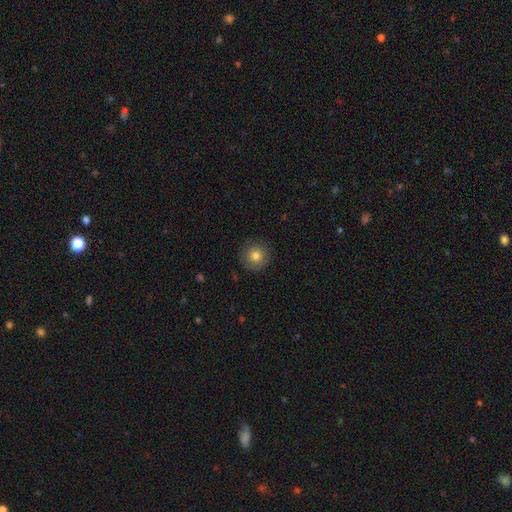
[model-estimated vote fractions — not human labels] This is likely a smooth galaxy (80%). How rounded: clearly round (95%). Merging: clearly none (88%).